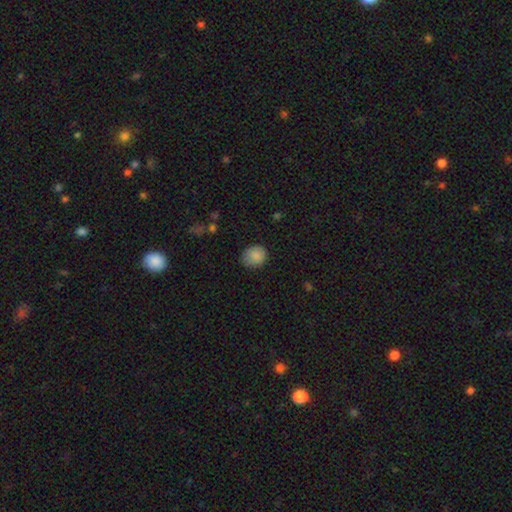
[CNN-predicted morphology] A smooth galaxy with no disk features (86%) that is round (63%). Merging: none (71%).